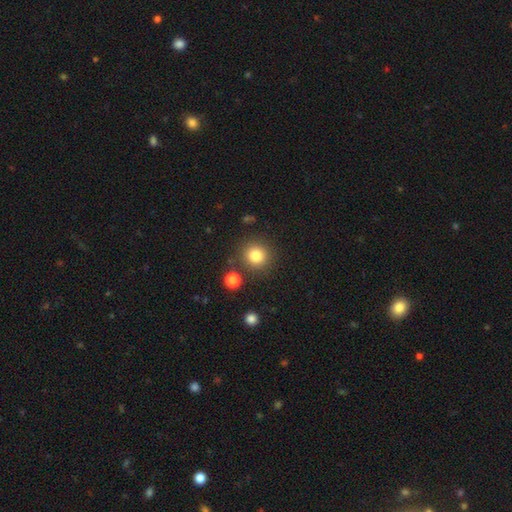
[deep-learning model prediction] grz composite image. It shows a smooth galaxy with no disk features (82%) that is round (93%). Merging: none (86%).